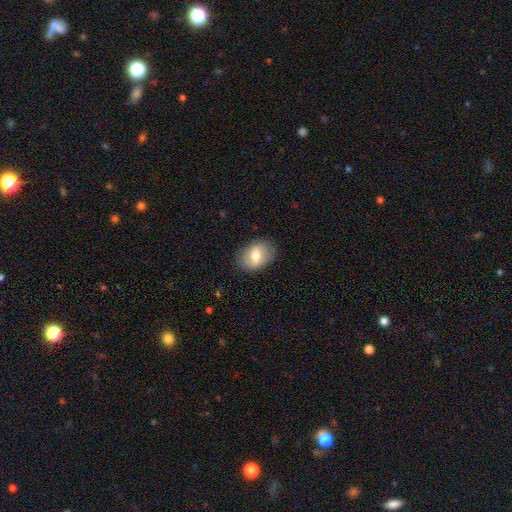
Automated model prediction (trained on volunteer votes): Smooth or featured?
  - smooth: 60% *
  - featured or disk: 32%
  - star or artifact: 7%
How rounded?
  - in between: 76% *
  - round: 23%
  - cigar-shaped: 1%
Merging?
  - none: 81% *
  - minor disturbance: 13%
  - major disturbance: 4%
  - merger: 1%